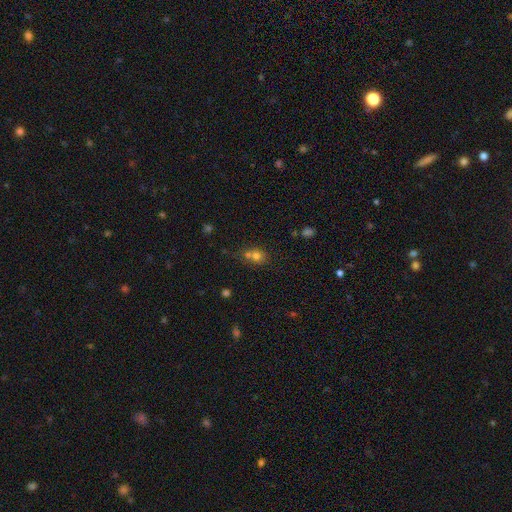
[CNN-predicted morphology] Smooth or featured: smooth — 72% (star or artifact — 16%)
How rounded: round — 75% (in between — 24%)
Merging: merger — 48% (none — 40%)